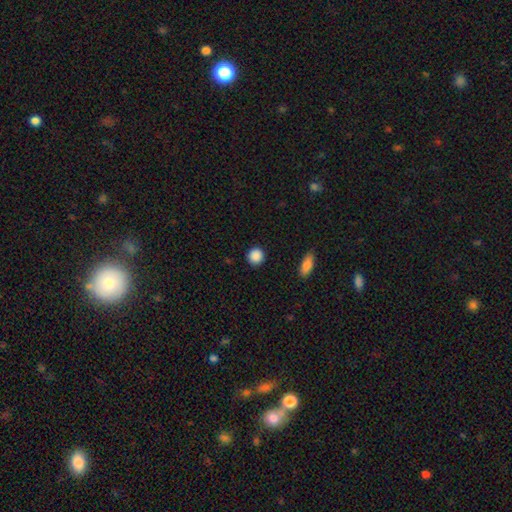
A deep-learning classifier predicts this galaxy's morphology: type=smooth (89%); roundness=round (92%); merging=none (90%).